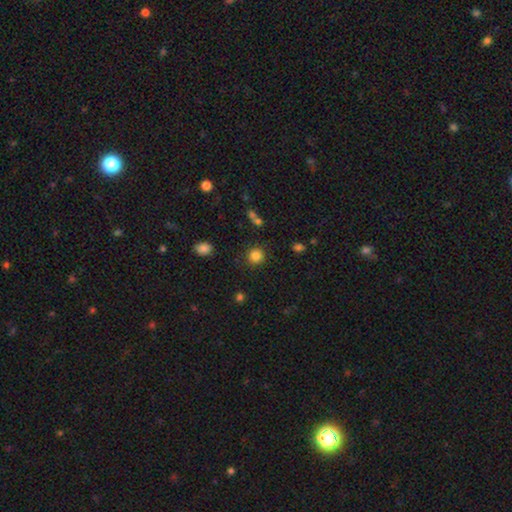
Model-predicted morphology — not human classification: smooth 83%, star or artifact 12%, featured or disk 5%. Down the decision tree: how rounded — round (91%); merging — none (88%).